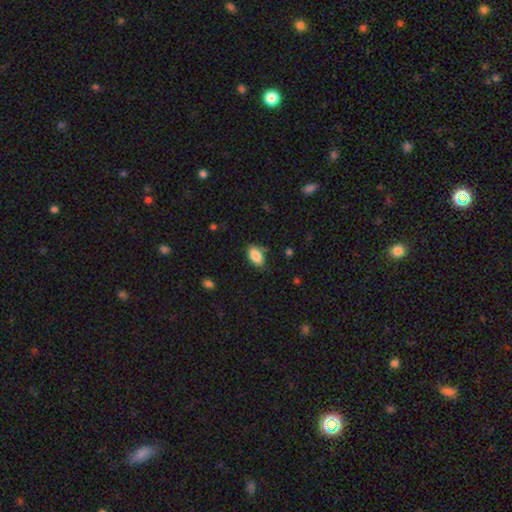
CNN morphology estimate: The model was most divided on "merging": none: 76%, minor disturbance: 18%, major disturbance: 4%, merger: 2%. More confident: how rounded — in between (92%); smooth or featured — smooth (87%).